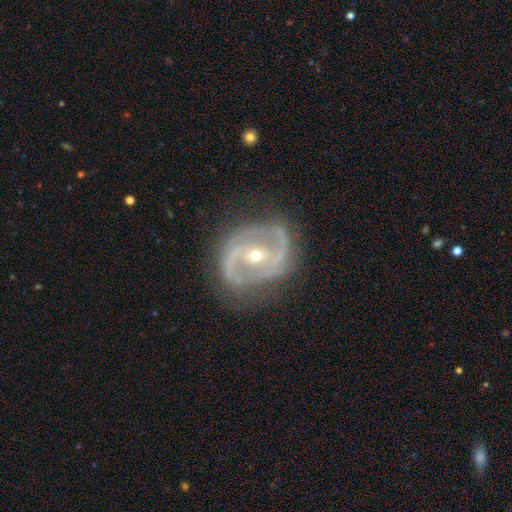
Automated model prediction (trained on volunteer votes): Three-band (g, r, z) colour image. It shows a featured or disk galaxy (88%) with no bar (44%), 2 (78%) medium (50%) spiral arms (92%) and a small central bulge (58%). Merging: none (68%).